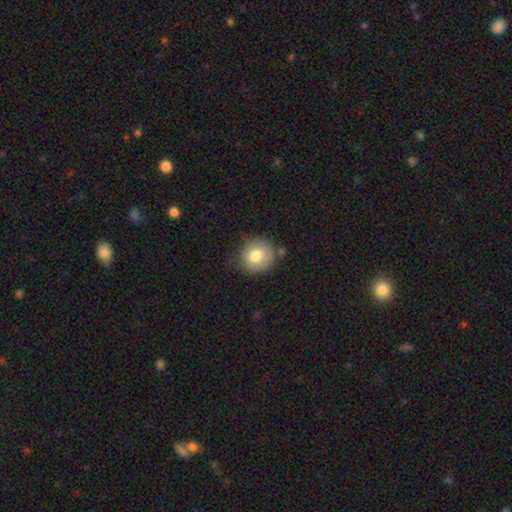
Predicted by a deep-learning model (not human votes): smooth-or-featured: smooth: 78% | featured or disk: 13% | star or artifact: 8%
  how-rounded: round: 84% | in between: 16% | cigar-shaped: 1%
  merging: none: 71% | minor disturbance: 20% | major disturbance: 5% | merger: 4%